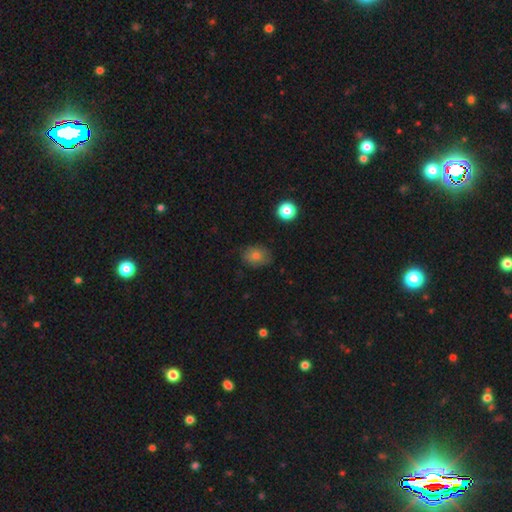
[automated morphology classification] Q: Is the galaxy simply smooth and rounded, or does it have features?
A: smooth — 76%.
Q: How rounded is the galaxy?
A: in between — 52%.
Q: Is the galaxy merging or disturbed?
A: none — 79%.